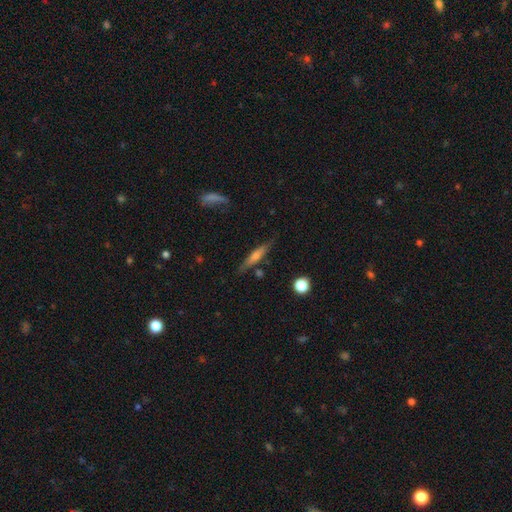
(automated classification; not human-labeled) This is possibly a featured or disk galaxy (47%). Merging: clearly none (81%).